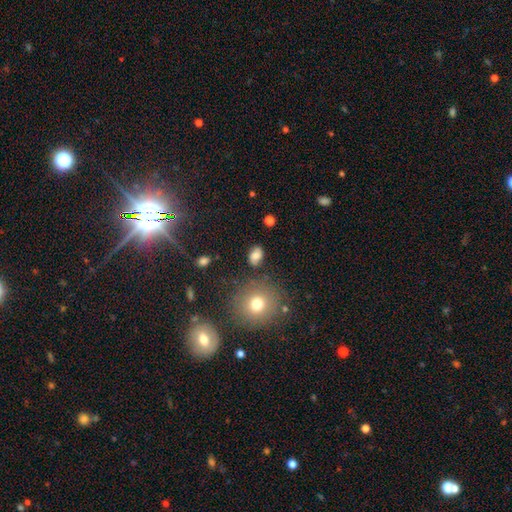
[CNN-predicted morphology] smooth 76%, featured or disk 13%, star or artifact 12%. Down the decision tree: how rounded — in between (71%); merging — none (77%).